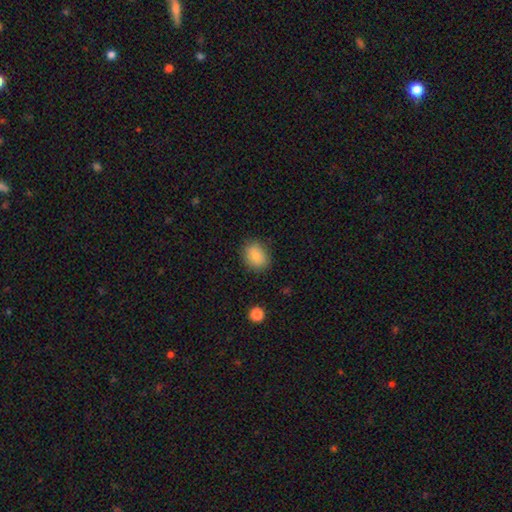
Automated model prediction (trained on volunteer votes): This appears to be a smooth galaxy with no disk features (84%) that is in between round and cigar-shaped (54%). Merging: none (84%).